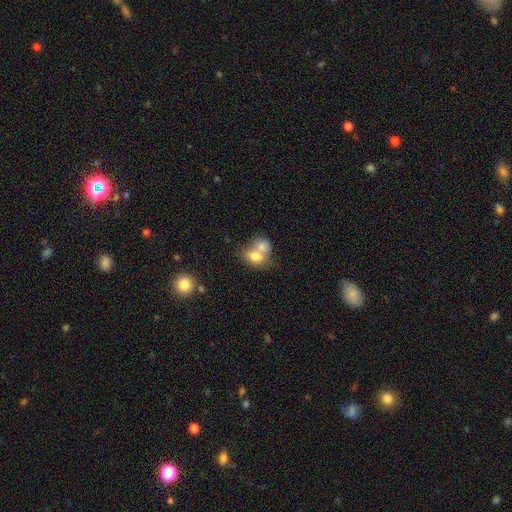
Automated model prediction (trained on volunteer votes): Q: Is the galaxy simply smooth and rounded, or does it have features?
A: smooth — 75%.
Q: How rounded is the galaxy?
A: in between — 56%.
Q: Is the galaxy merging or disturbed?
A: merger — 66%.